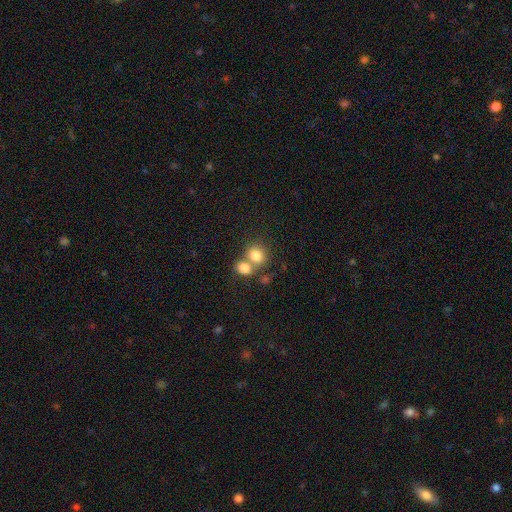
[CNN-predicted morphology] smooth_or_featured: smooth (p=0.80) [alt: star or artifact p=0.10]
how_rounded: round (p=0.66) [alt: in between p=0.33]
merging: merger (p=0.53) [alt: none p=0.37]